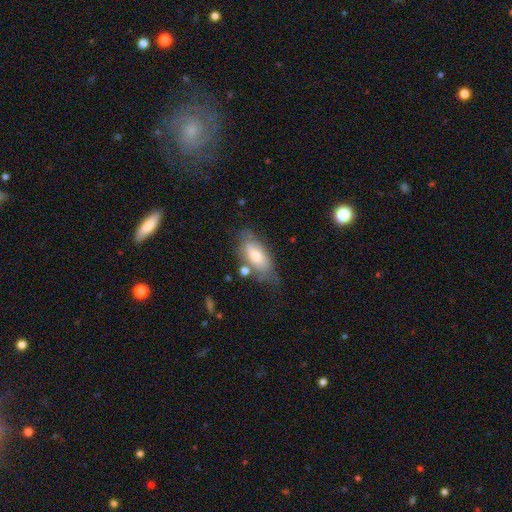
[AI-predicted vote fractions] This is likely a smooth galaxy (62%). How rounded: clearly in between (84%). Merging: possibly none (55%).